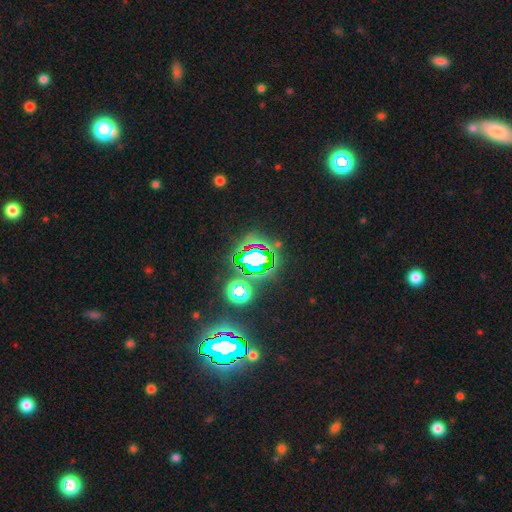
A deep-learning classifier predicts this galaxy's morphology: Q: Smooth or featured?
A: star or artifact (76%); runner-up: smooth (14%)